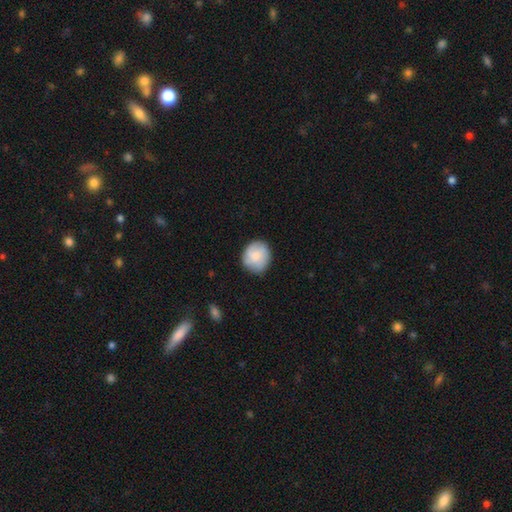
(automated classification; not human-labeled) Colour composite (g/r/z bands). It shows a smooth galaxy with no disk features (73%) that is round (79%). Merging: none (78%).